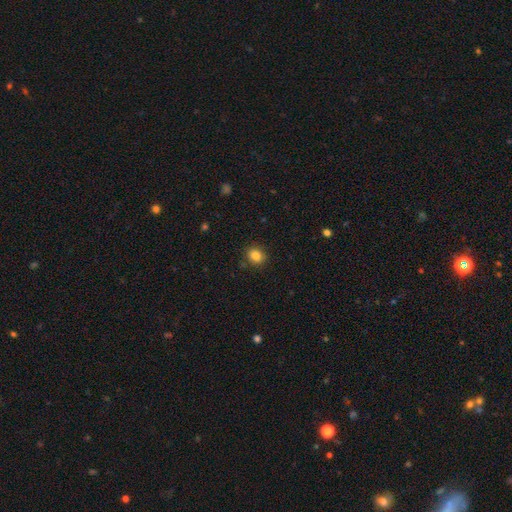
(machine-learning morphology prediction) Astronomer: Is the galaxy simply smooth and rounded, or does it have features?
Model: smooth — 84%.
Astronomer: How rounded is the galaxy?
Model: round — 60% (runner-up: in between, 39%).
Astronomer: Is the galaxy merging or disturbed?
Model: none — 88%.